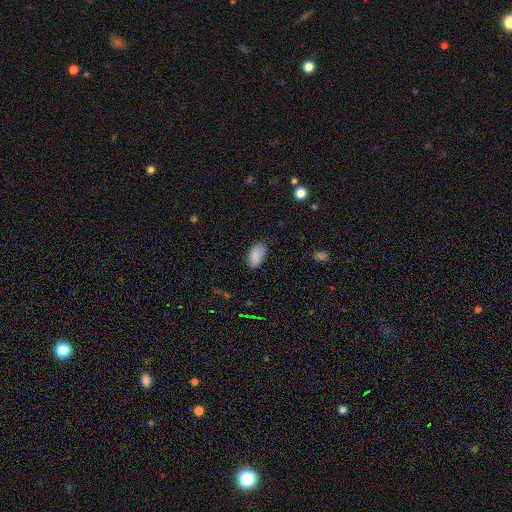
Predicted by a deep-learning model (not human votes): Smooth or featured? smooth (87%)
How rounded? in between (94%)
Merging? none (79%)